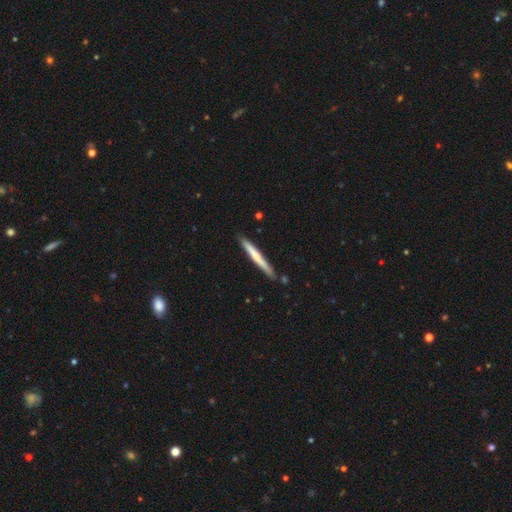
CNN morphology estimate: This appears to be a smooth galaxy with no disk features (60%) that is cigar-shaped (97%). Merging: none (86%).